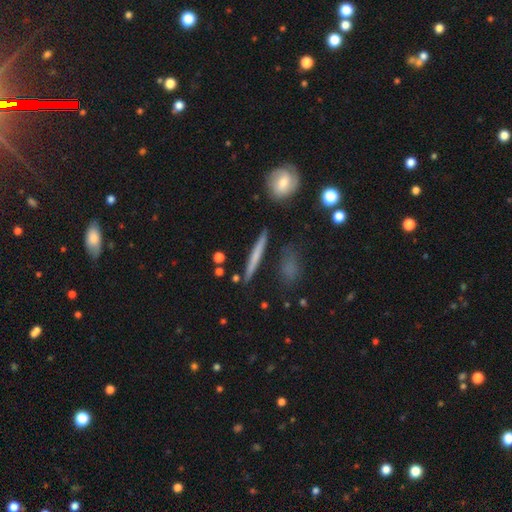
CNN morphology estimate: Smooth or featured? Predicted: smooth (p=0.54). How rounded? Predicted: cigar-shaped (p=0.92). Merging? Predicted: none (p=0.86).